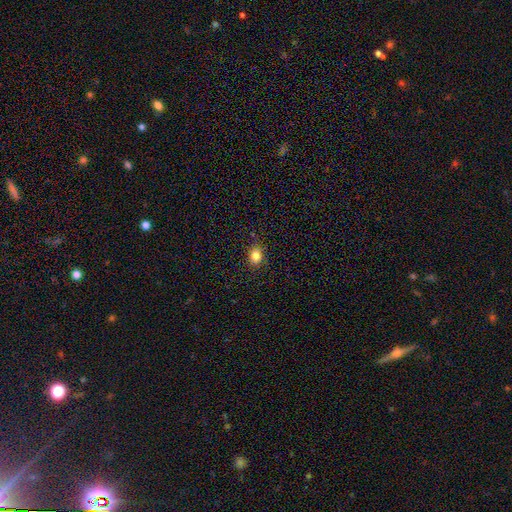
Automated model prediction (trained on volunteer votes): Q: Smooth or featured?
A: smooth (83%); runner-up: star or artifact (12%)
Q: How rounded?
A: round (51%); runner-up: in between (47%)
Q: Merging?
A: none (84%); runner-up: minor disturbance (12%)